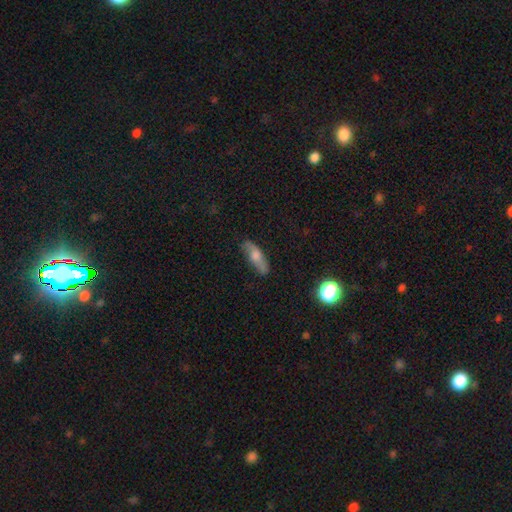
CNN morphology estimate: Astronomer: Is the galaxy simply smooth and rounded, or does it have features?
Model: smooth — 56% (runner-up: featured or disk, 35%).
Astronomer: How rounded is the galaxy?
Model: cigar-shaped — 49% (runner-up: in between, 47%).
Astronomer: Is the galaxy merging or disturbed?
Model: none — 77%.